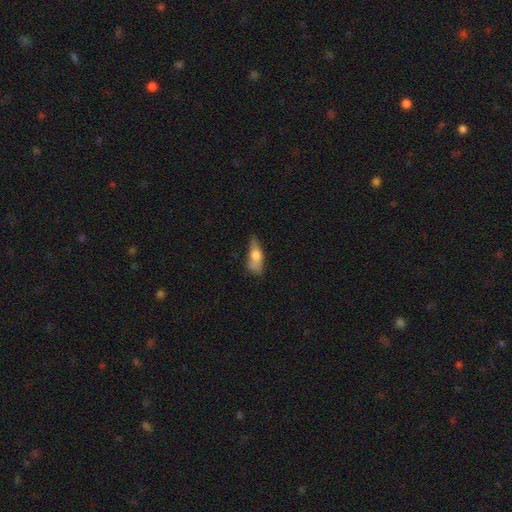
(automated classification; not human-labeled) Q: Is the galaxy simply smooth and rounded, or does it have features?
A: smooth — 61%.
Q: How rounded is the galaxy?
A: in between — 61%.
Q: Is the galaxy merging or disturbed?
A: none — 43%.